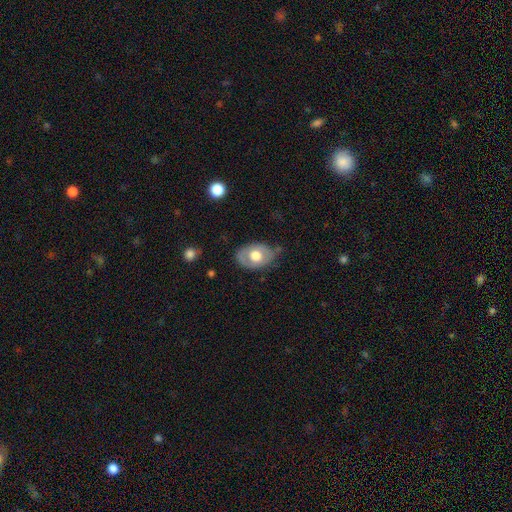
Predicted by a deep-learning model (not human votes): The model was most divided on "smooth or featured": smooth: 54%, featured or disk: 40%, star or artifact: 6%. More confident: how rounded — in between (80%); merging — none (66%).